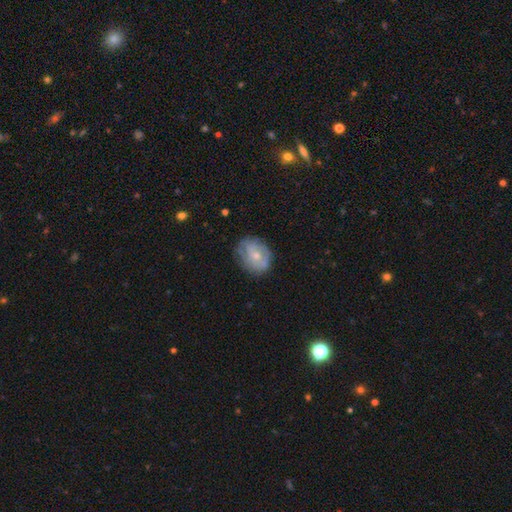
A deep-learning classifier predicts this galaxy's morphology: A featured or disk galaxy (56%) with no bar (77%), spiral arms (60%) and a moderate central bulge (49%).

Vote fractions:
- Smooth or featured? featured or disk: 56% / smooth: 37% / star or artifact: 7%
- Edge-on disk? no: 97% / yes: 3%
- Bar? no: 77% / weak: 20% / strong: 3%
- Spiral arms? yes: 60% / no: 40%
- Bulge size? moderate: 49% / small: 44% / none: 4% / large: 3% / dominant: 1%
- Merging? none: 67% / minor disturbance: 23% / major disturbance: 8% / merger: 2%